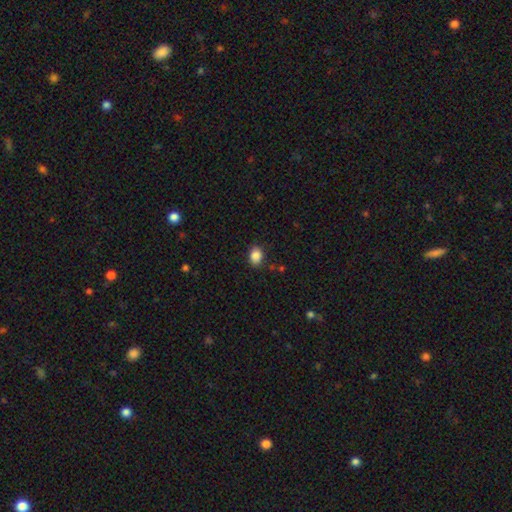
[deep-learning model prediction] smooth 87%, star or artifact 9%, featured or disk 4%. Down the decision tree: how rounded — in between (73%); merging — none (85%).